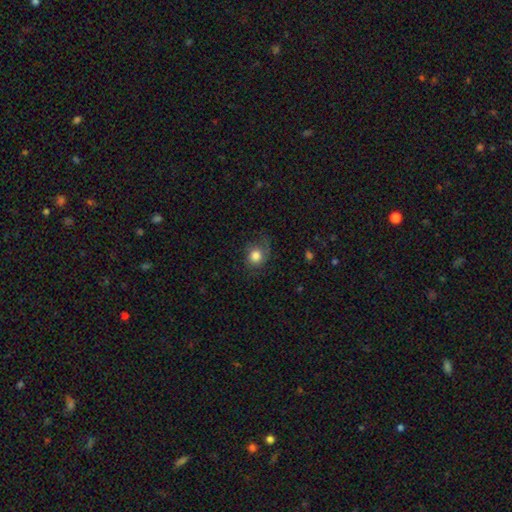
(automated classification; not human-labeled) Overall: smooth (80%). How rounded: round (73%). Merging: none (60%; minor disturbance 25%).